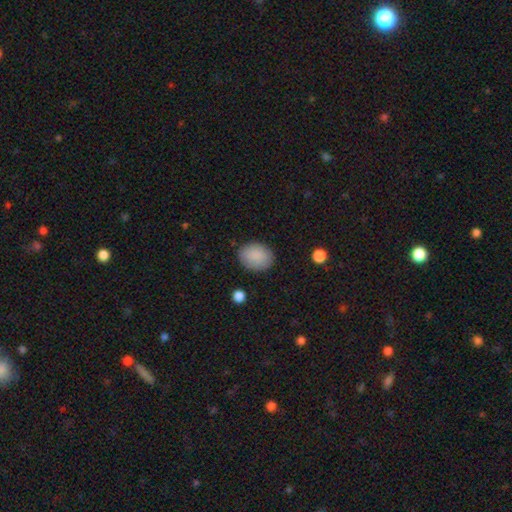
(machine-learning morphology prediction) Smooth or featured: smooth — 89% (star or artifact — 7%)
How rounded: in between — 61% (round — 38%)
Merging: none — 84% (minor disturbance — 11%)